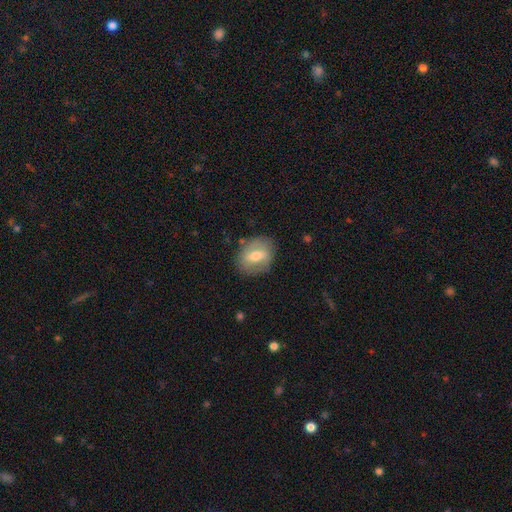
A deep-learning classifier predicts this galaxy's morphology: This is possibly a smooth galaxy (49%). Merging: likely none (78%).